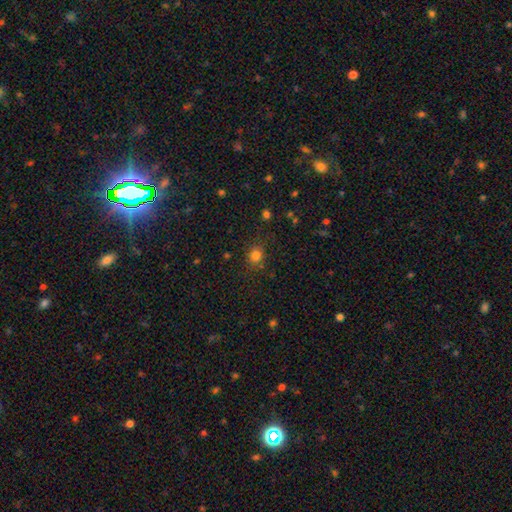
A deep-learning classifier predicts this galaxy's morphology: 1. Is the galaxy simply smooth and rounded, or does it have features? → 79% smooth, 15% star or artifact, 6% featured or disk.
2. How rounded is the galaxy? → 76% round, 23% in between, 1% cigar-shaped.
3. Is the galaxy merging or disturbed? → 80% none, 13% minor disturbance, 5% major disturbance, 2% merger.